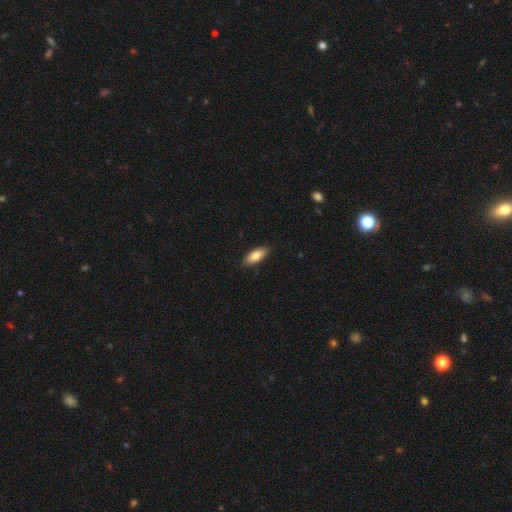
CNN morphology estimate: This appears to be a smooth galaxy with no disk features (80%) that is in between round and cigar-shaped (79%). Merging: none (88%).